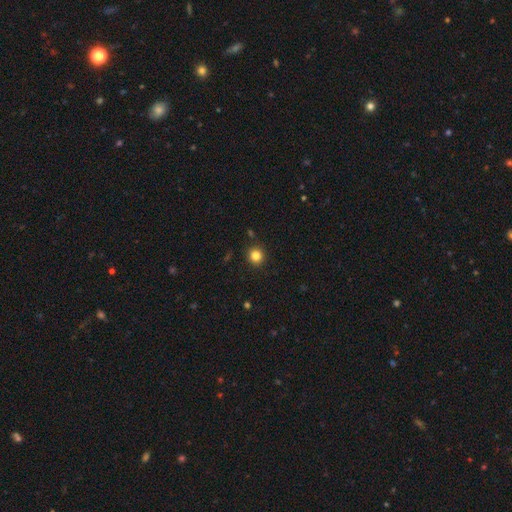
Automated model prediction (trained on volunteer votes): smooth-or-featured: smooth: 83% | star or artifact: 12% | featured or disk: 5%
  how-rounded: round: 91% | in between: 8% | cigar-shaped: 1%
  merging: none: 90% | minor disturbance: 7% | major disturbance: 2% | merger: 2%